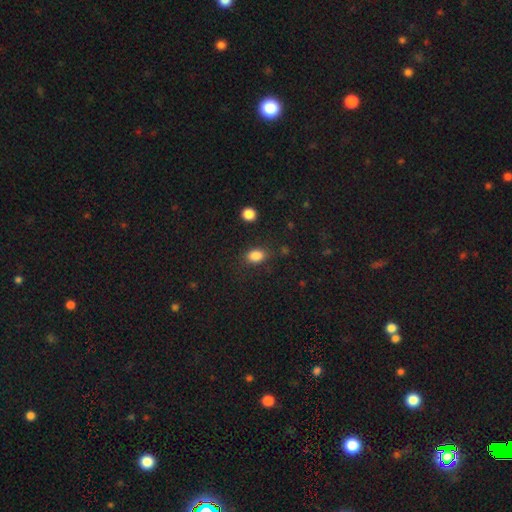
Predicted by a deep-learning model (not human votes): Overall: smooth (86%). How rounded: in between (75%). Merging: none (81%).